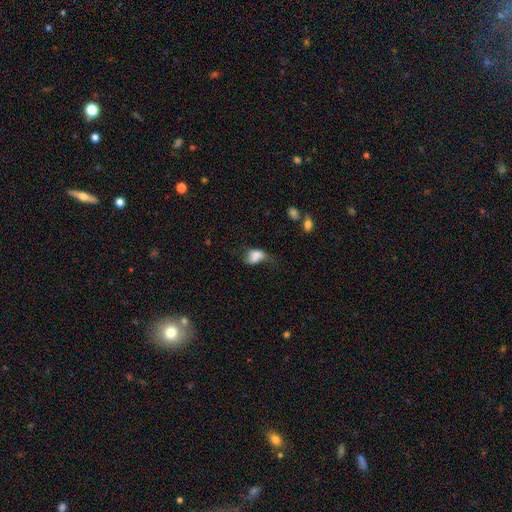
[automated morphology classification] smooth_or_featured: smooth (p=0.67) [alt: featured or disk p=0.22]
how_rounded: in between (p=0.80) [alt: round p=0.18]
merging: major disturbance (p=0.39) [alt: minor disturbance p=0.28]